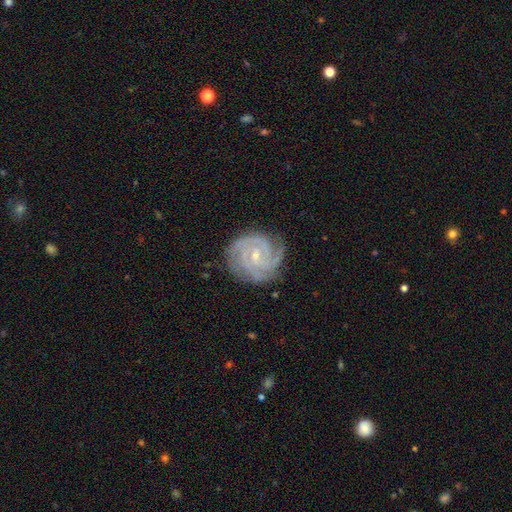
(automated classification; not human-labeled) Morphology: type=featured or disk (91%); edge-on=no (98%); bar=no (45%); spiral arms=yes (99%); winding=tight (77%); arm count=3 (40%); bulge=small (66%); merging=none (80%).